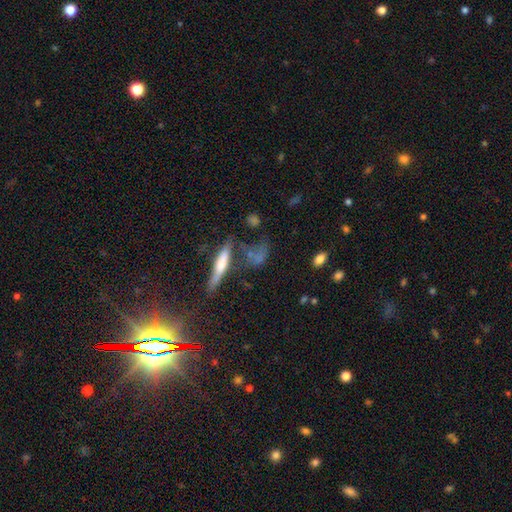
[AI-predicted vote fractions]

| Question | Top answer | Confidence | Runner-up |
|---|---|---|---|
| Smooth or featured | smooth | 53% | featured or disk (30%) |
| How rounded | cigar-shaped | 43% | in between (42%) |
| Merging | none | 43% | minor disturbance (19%) |